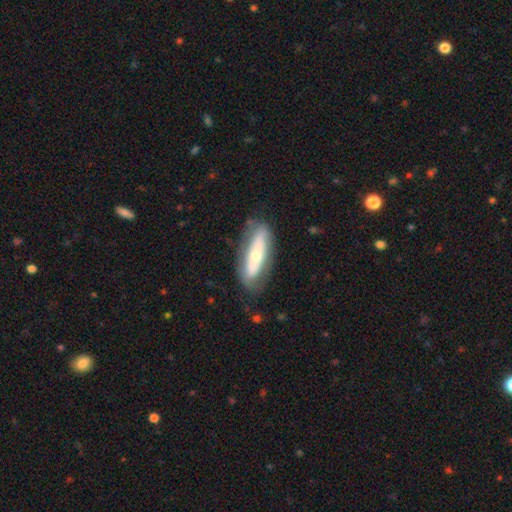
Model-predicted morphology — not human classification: Smooth or featured?
  - featured or disk: 49% *
  - smooth: 45%
  - star or artifact: 6%
Merging?
  - none: 73% *
  - minor disturbance: 18%
  - major disturbance: 7%
  - merger: 2%